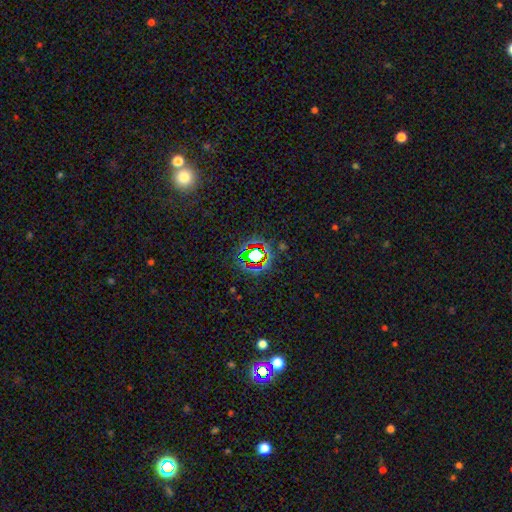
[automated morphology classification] Smooth or featured?
  - star or artifact: 67% *
  - smooth: 20%
  - featured or disk: 13%